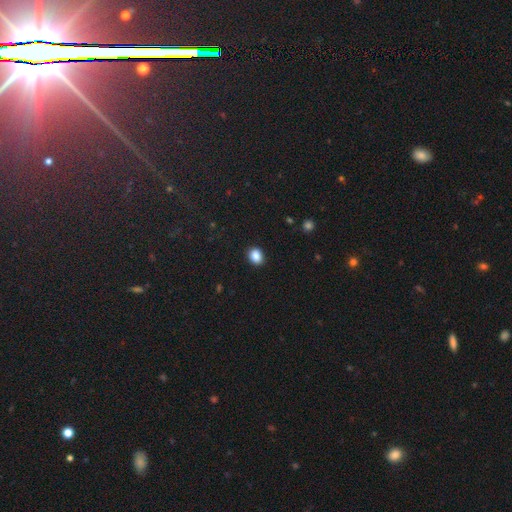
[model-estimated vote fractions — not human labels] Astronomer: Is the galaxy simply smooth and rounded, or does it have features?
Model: smooth — 86%.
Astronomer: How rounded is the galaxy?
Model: round — 54% (runner-up: in between, 46%).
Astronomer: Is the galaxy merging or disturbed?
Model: none — 91%.